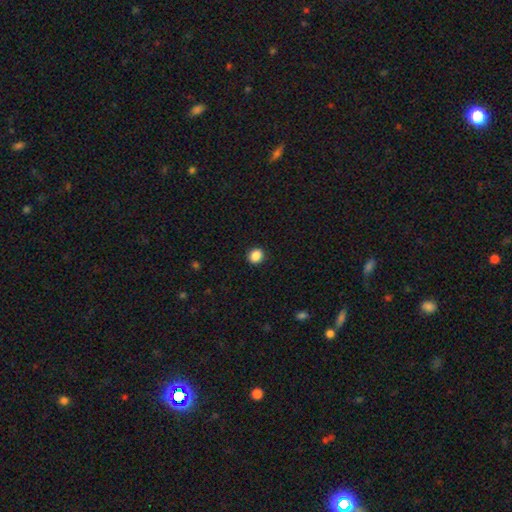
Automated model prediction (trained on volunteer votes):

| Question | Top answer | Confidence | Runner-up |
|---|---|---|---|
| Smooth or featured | smooth | 87% | star or artifact (10%) |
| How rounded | round | 75% | in between (24%) |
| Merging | none | 92% | minor disturbance (6%) |